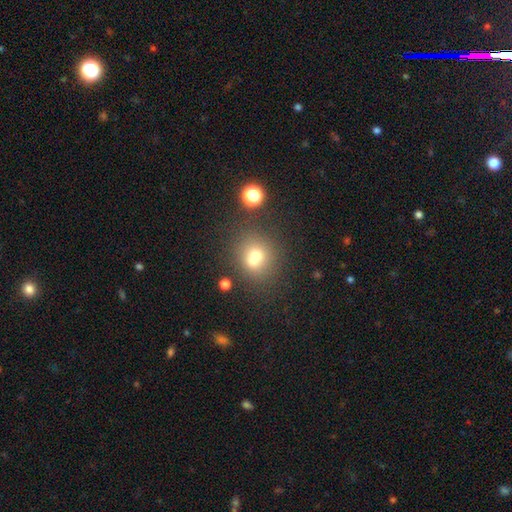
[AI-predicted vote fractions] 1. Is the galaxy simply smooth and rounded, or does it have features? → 66% smooth, 18% featured or disk, 16% star or artifact.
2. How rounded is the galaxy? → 79% round, 20% in between, 1% cigar-shaped.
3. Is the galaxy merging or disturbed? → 48% none, 38% merger, 10% minor disturbance, 4% major disturbance.